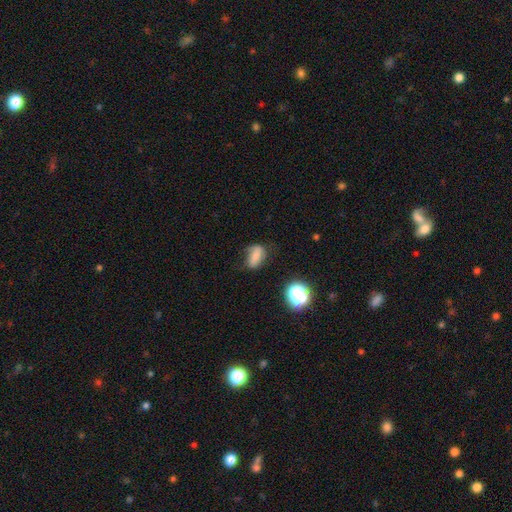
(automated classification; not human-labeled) Smooth or featured? smooth (70%)
How rounded? in between (81%)
Merging? none (52%)